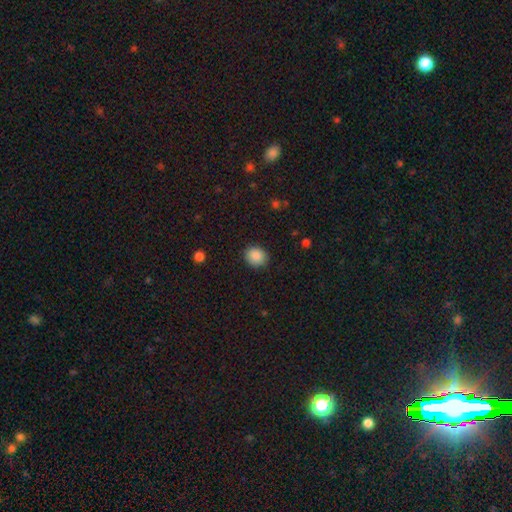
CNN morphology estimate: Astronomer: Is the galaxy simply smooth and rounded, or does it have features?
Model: smooth — 89%.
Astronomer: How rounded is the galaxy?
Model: round — 71%.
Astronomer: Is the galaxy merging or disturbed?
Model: none — 86%.